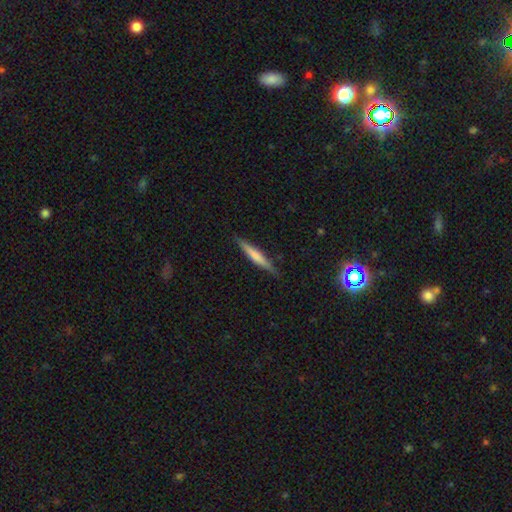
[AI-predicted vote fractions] Morphology: type=smooth (52%); roundness=cigar-shaped (94%); merging=none (88%).